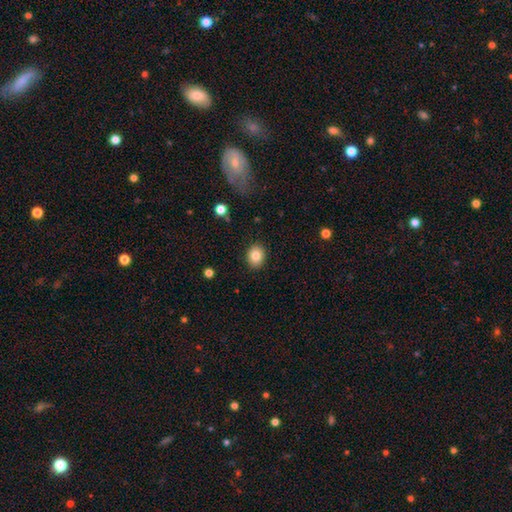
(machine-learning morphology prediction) smooth-or-featured: smooth: 82% | star or artifact: 9% | featured or disk: 9%
  how-rounded: in between: 50% | round: 49% | cigar-shaped: 1%
  merging: none: 89% | minor disturbance: 8% | major disturbance: 2% | merger: 1%